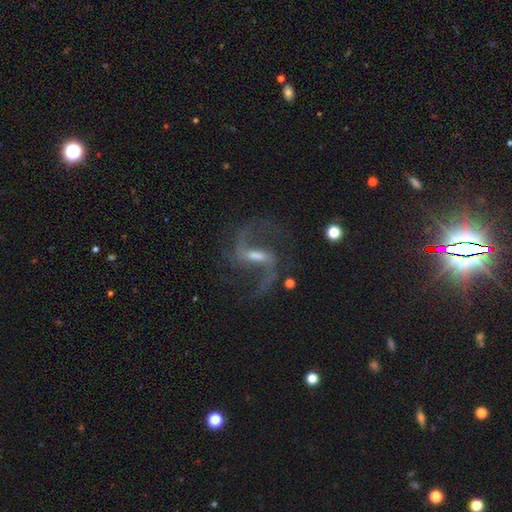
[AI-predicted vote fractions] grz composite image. It shows a featured or disk galaxy (87%) with a strong bar (45%), 2 (91%) loose (57%) spiral arms (97%) and a small central bulge (56%). Merging: none (76%).